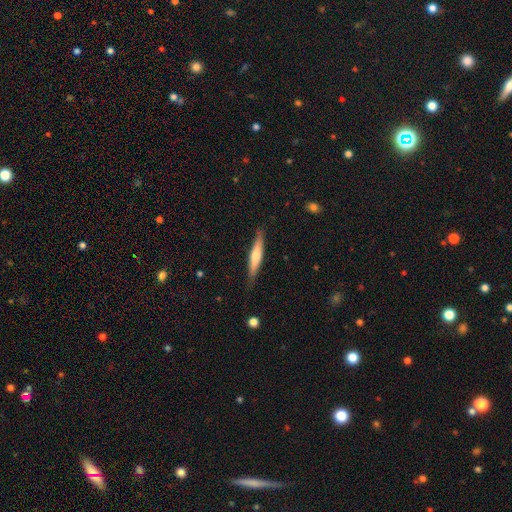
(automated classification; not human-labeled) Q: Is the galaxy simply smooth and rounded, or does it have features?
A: smooth — 51%.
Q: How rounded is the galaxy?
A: cigar-shaped — 90%.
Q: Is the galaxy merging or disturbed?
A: none — 84%.